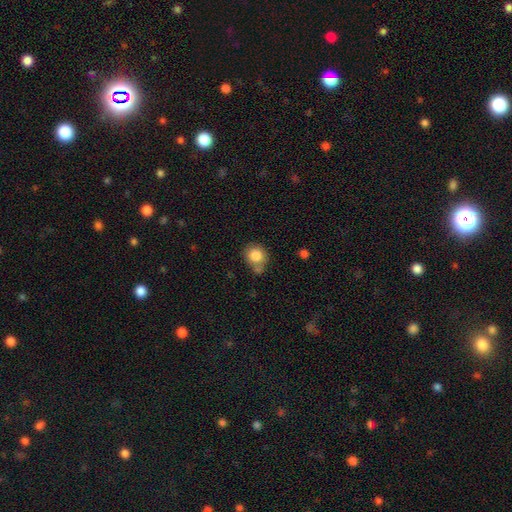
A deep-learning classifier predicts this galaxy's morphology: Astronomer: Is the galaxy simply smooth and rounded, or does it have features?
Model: smooth — 84%.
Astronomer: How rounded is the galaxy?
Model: round — 81%.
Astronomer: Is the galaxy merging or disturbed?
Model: none — 59%.